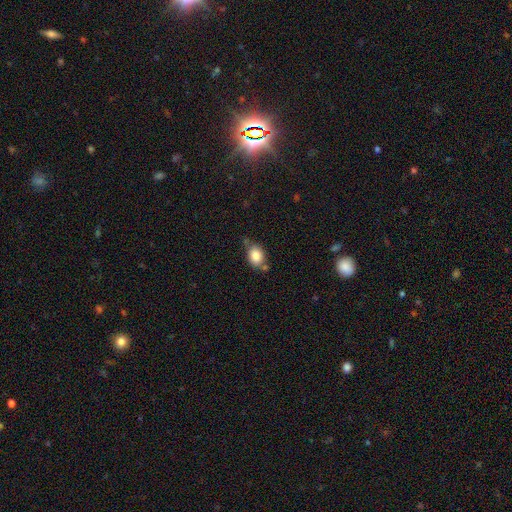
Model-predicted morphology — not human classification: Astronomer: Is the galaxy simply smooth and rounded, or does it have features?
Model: smooth — 83%.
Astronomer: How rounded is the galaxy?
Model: in between — 65%.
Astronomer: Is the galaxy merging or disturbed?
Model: none — 58%.